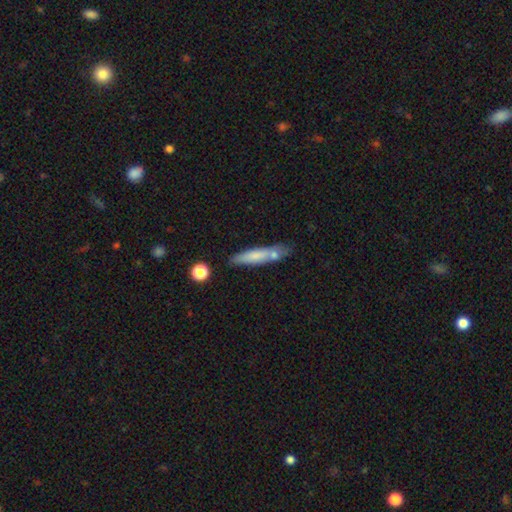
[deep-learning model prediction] This is likely a smooth galaxy (70%). How rounded: clearly cigar-shaped (84%). Merging: likely none (69%).